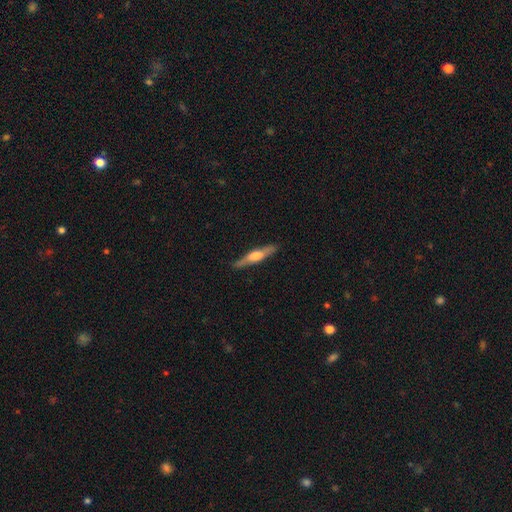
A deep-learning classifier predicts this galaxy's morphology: This is possibly a featured or disk galaxy (56%). It is clearly viewed edge-on (92%). Edge-on bulge: likely rounded (73%). Merging: clearly none (86%).